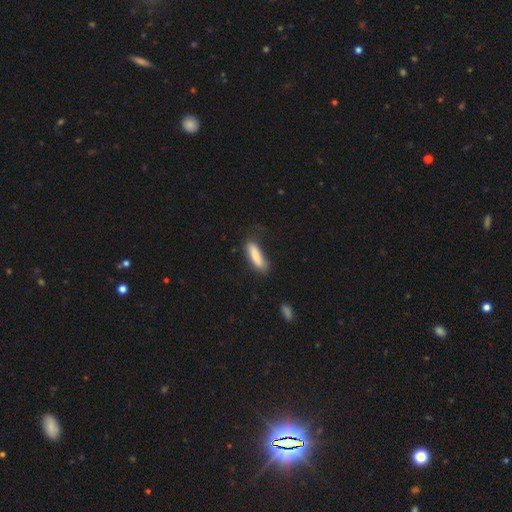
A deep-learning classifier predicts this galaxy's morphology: A smooth galaxy with no disk features (81%) that is cigar-shaped (67%).

Vote fractions:
- Smooth or featured? smooth: 81% / featured or disk: 13% / star or artifact: 6%
- How rounded? cigar-shaped: 67% / in between: 32% / round: 1%
- Merging? none: 70% / minor disturbance: 21% / major disturbance: 7% / merger: 2%